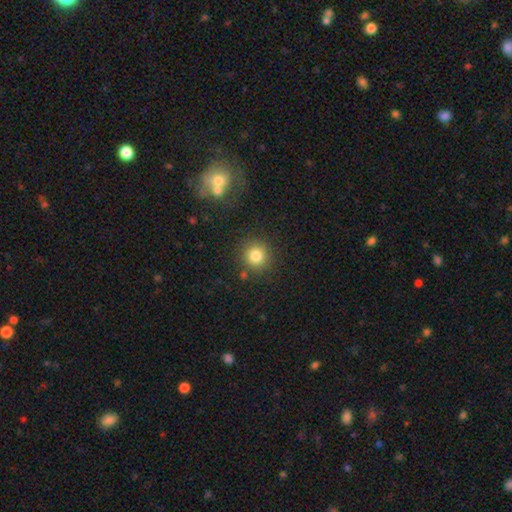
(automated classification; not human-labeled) Q: Smooth or featured?
A: smooth (82%); runner-up: star or artifact (12%)
Q: How rounded?
A: round (91%); runner-up: in between (8%)
Q: Merging?
A: none (84%); runner-up: minor disturbance (8%)